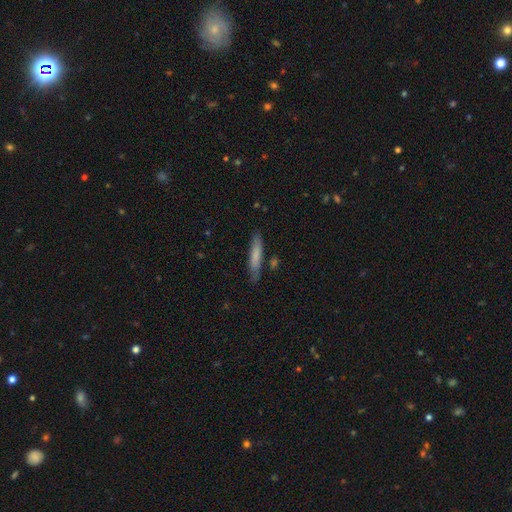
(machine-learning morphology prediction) This appears to be a smooth galaxy with no disk features (75%) that is cigar-shaped (90%). Merging: none (81%).